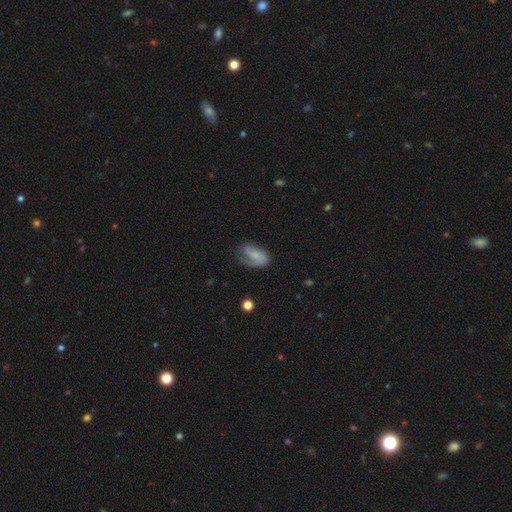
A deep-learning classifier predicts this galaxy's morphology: Q: Smooth or featured?
A: smooth (48%); runner-up: featured or disk (44%)
Q: Merging?
A: none (49%); runner-up: minor disturbance (28%)